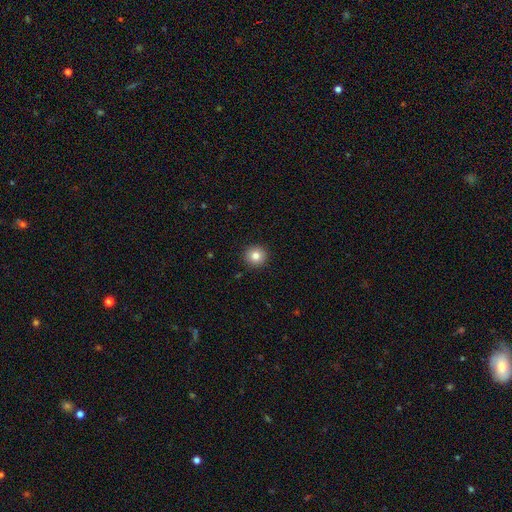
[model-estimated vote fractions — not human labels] Q: Smooth or featured?
A: smooth (82%); runner-up: star or artifact (11%)
Q: How rounded?
A: round (94%); runner-up: in between (5%)
Q: Merging?
A: none (92%); runner-up: minor disturbance (5%)